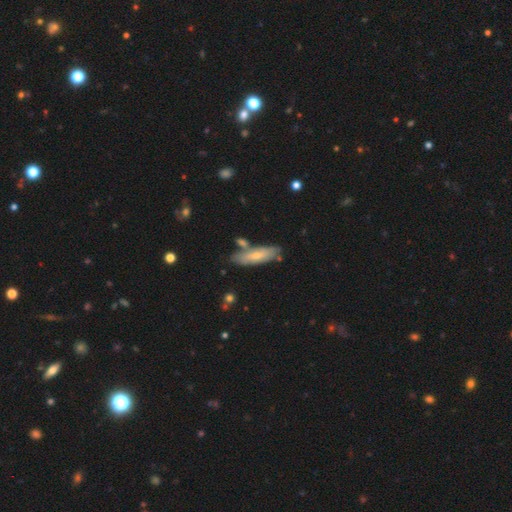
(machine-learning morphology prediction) type=smooth (57%); roundness=cigar-shaped (63%); merging=none (74%).